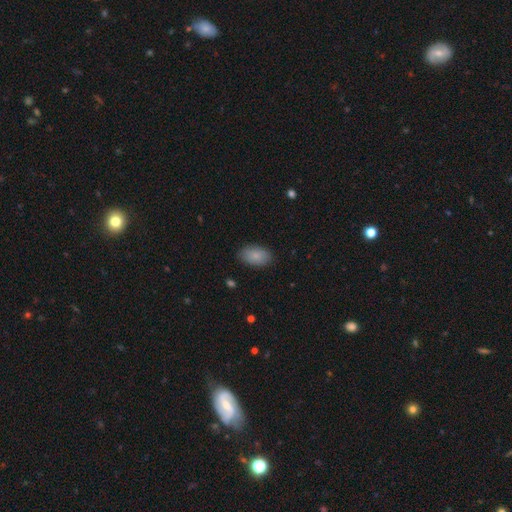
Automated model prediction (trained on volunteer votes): smooth-or-featured: smooth: 83% | featured or disk: 10% | star or artifact: 7%
  how-rounded: in between: 92% | round: 7% | cigar-shaped: 1%
  merging: none: 85% | minor disturbance: 11% | major disturbance: 3% | merger: 1%